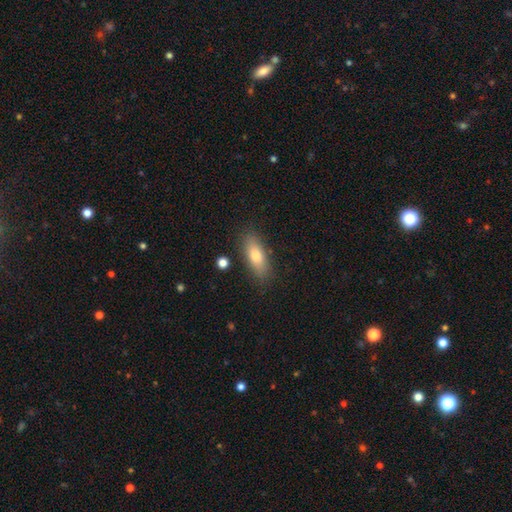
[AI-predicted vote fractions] Overall: smooth (75%). How rounded: in between (73%). Merging: none (84%).